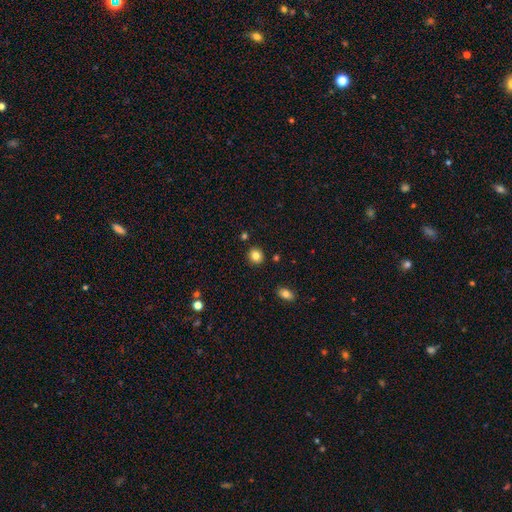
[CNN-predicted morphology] A smooth galaxy with no disk features (83%) that is round (85%). Merging: none (89%).